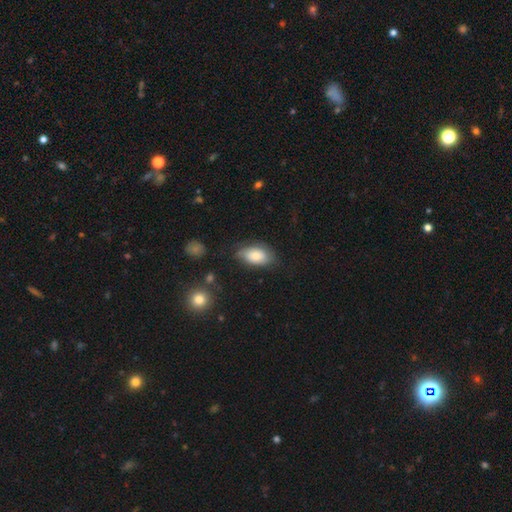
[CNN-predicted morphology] smooth-or-featured: smooth: 72% | featured or disk: 21% | star or artifact: 7%
  how-rounded: in between: 93% | round: 5% | cigar-shaped: 3%
  merging: none: 62% | minor disturbance: 27% | major disturbance: 9% | merger: 2%